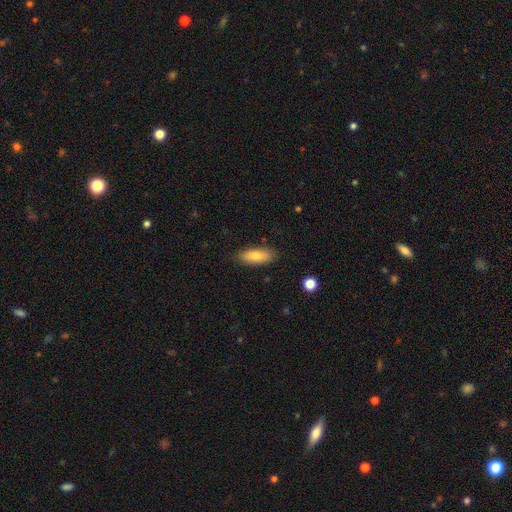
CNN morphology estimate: Smooth or featured? smooth (79%)
How rounded? in between (72%)
Merging? none (83%)